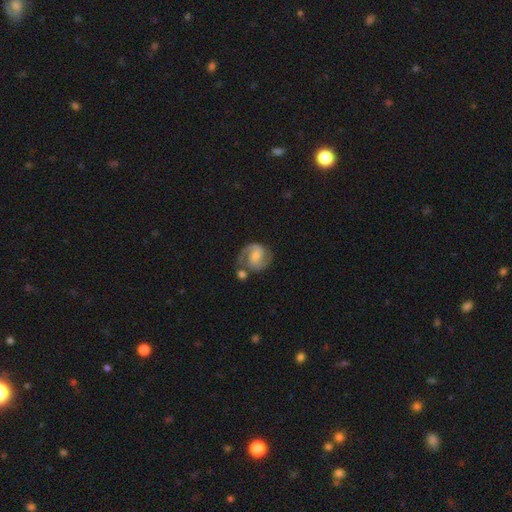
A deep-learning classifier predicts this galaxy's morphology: The model was most divided on "bulge size": small: 46%, moderate: 38%, none: 10%, large: 5%, dominant: 1%. Remaining: edge-on disk — no (98%); spiral arms — yes (97%); spiral arm count — 2 (88%); smooth or featured — featured or disk (84%); merging — none (61%); spiral winding — medium (53%); bar — no (49%).